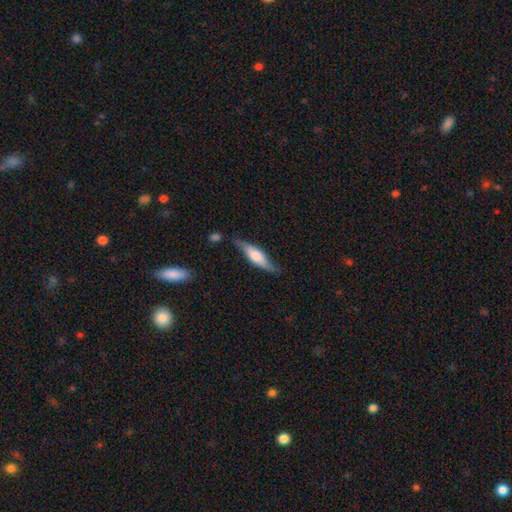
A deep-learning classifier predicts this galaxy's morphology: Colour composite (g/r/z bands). It shows a smooth galaxy with no disk features (48%). Merging: none (70%).